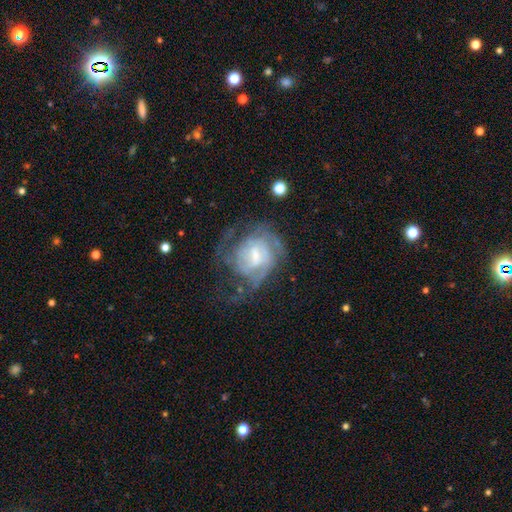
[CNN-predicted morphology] The model was most divided on "bulge size": small: 39%, moderate: 36%, none: 14%, large: 9%, dominant: 2%. Remaining: edge-on disk — no (97%); spiral arms — yes (82%); smooth or featured — featured or disk (76%); bar — weak (54%); spiral winding — tight (47%); spiral arm count — can't tell (45%); merging — none (43%).